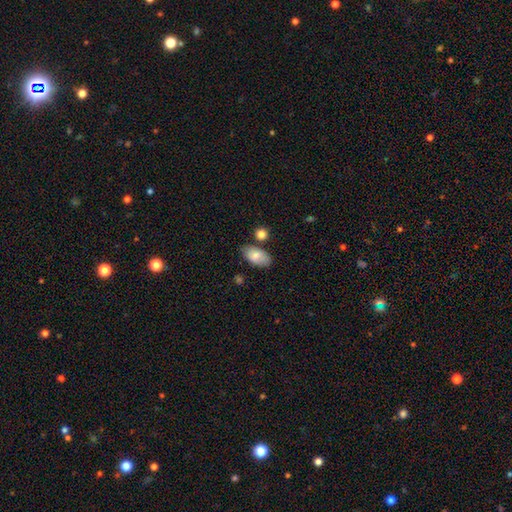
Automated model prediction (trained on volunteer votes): smooth_or_featured: smooth (p=0.80) [alt: featured or disk p=0.14]
how_rounded: in between (p=0.93) [alt: round p=0.04]
merging: none (p=0.71) [alt: minor disturbance p=0.17]